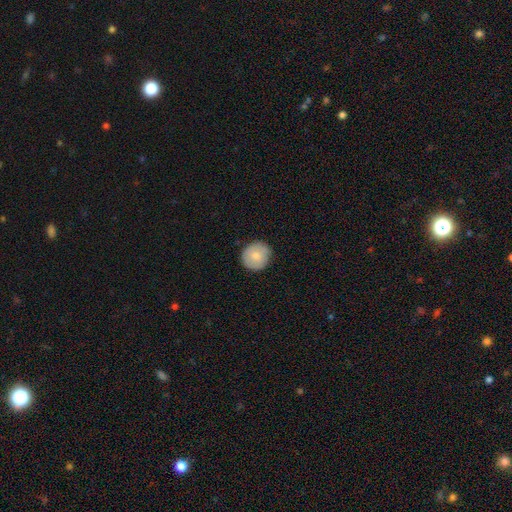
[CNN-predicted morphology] Smooth or featured?
  - smooth: 76% *
  - featured or disk: 18%
  - star or artifact: 7%
How rounded?
  - round: 91% *
  - in between: 8%
  - cigar-shaped: 1%
Merging?
  - none: 86% *
  - minor disturbance: 11%
  - major disturbance: 2%
  - merger: 1%